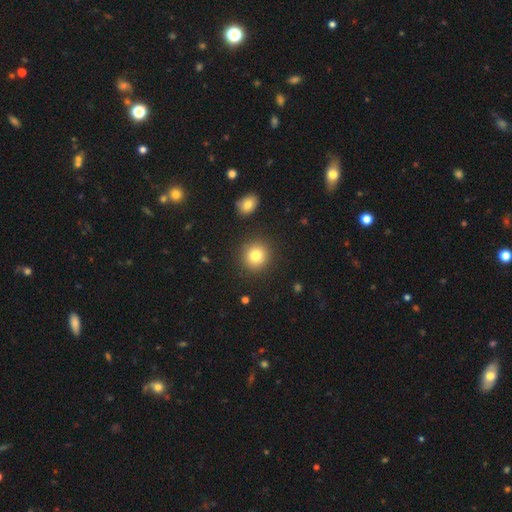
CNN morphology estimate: smooth 80%, star or artifact 11%, featured or disk 8%. Down the decision tree: how rounded — round (91%); merging — none (89%).